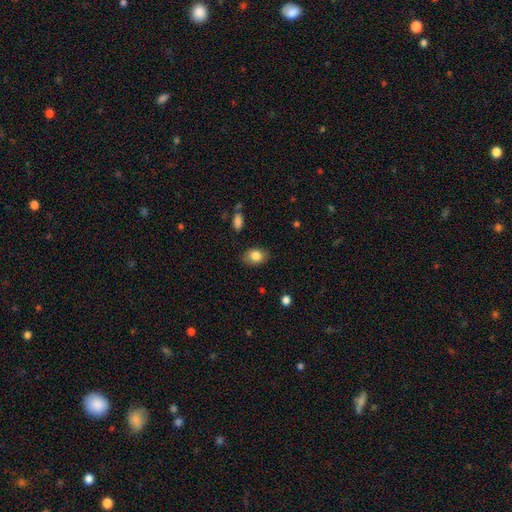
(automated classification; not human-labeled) This appears to be a smooth galaxy with no disk features (83%) that is in between round and cigar-shaped (76%). Merging: none (80%).